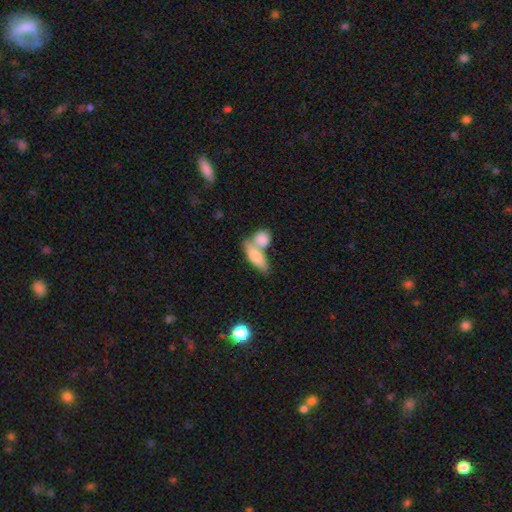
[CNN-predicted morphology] Smooth or featured?
  - smooth: 73% *
  - featured or disk: 21%
  - star or artifact: 6%
How rounded?
  - in between: 67% *
  - cigar-shaped: 26%
  - round: 7%
Merging?
  - merger: 54% *
  - none: 33%
  - minor disturbance: 9%
  - major disturbance: 4%